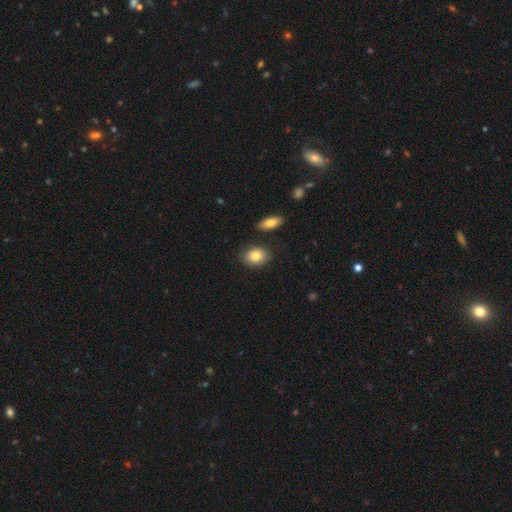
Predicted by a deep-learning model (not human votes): A smooth galaxy with no disk features (84%) that is in between round and cigar-shaped (72%).

Vote fractions:
- Smooth or featured? smooth: 84% / featured or disk: 9% / star or artifact: 7%
- How rounded? in between: 72% / round: 26% / cigar-shaped: 2%
- Merging? none: 83% / minor disturbance: 10% / merger: 4% / major disturbance: 2%